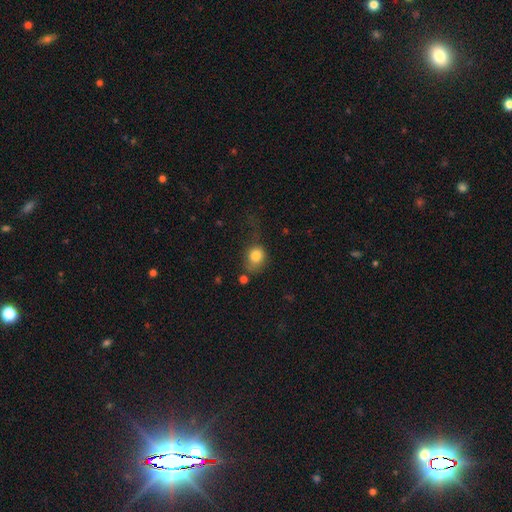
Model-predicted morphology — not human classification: type=smooth (81%); roundness=round (65%); merging=none (43%).